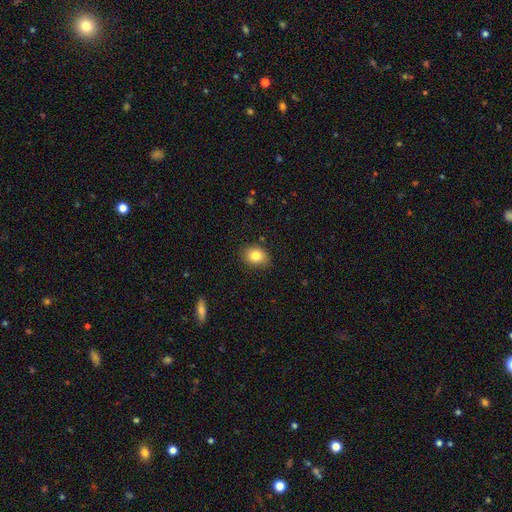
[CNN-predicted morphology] Smooth or featured?
  - smooth: 83% *
  - star or artifact: 9%
  - featured or disk: 8%
How rounded?
  - in between: 52% *
  - round: 47%
  - cigar-shaped: 1%
Merging?
  - none: 83% *
  - minor disturbance: 13%
  - major disturbance: 2%
  - merger: 1%